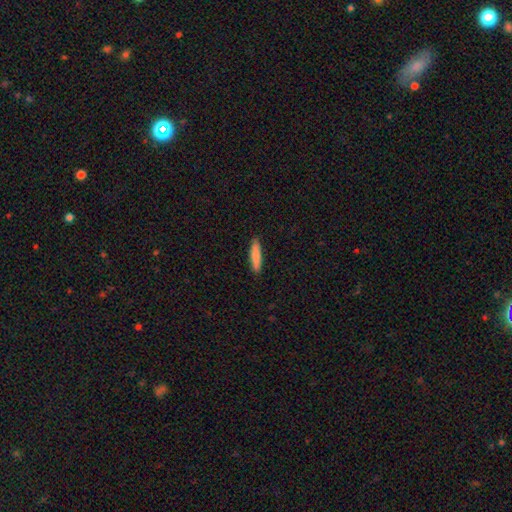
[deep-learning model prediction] A smooth galaxy with no disk features (85%) that is cigar-shaped (82%). Merging: none (90%).